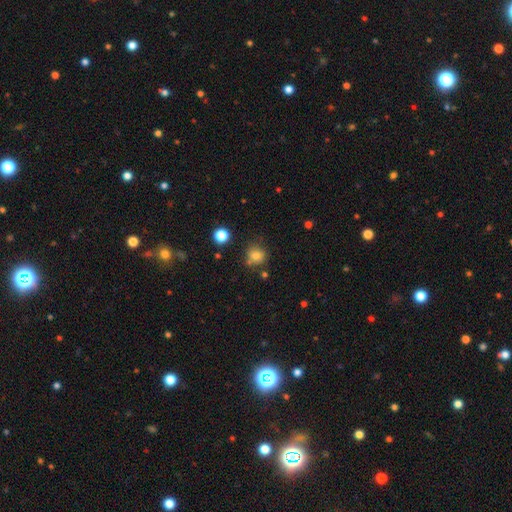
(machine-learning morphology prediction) Smooth or featured? Predicted: smooth (p=0.80). How rounded? Predicted: round (p=0.85). Merging? Predicted: none (p=0.74).